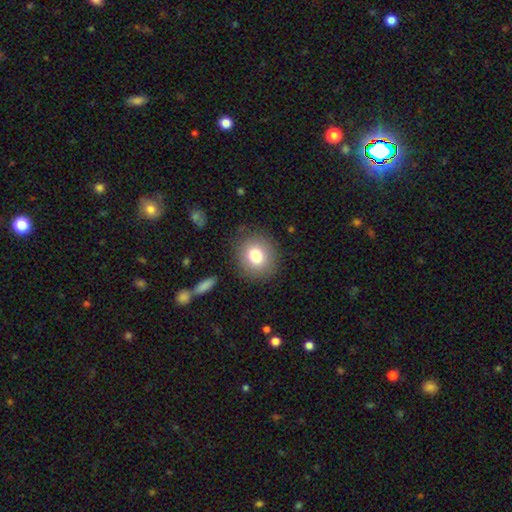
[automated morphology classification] smooth_or_featured: smooth (p=0.78) [alt: featured or disk p=0.12]
how_rounded: round (p=0.78) [alt: in between p=0.21]
merging: none (p=0.85) [alt: minor disturbance p=0.10]